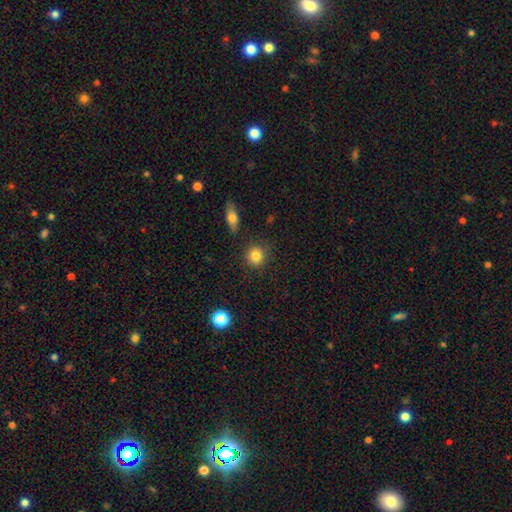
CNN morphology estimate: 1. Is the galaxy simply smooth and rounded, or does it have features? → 83% smooth, 10% star or artifact, 7% featured or disk.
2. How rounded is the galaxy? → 88% round, 11% in between, 1% cigar-shaped.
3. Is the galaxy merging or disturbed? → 87% none, 8% minor disturbance, 3% merger, 2% major disturbance.